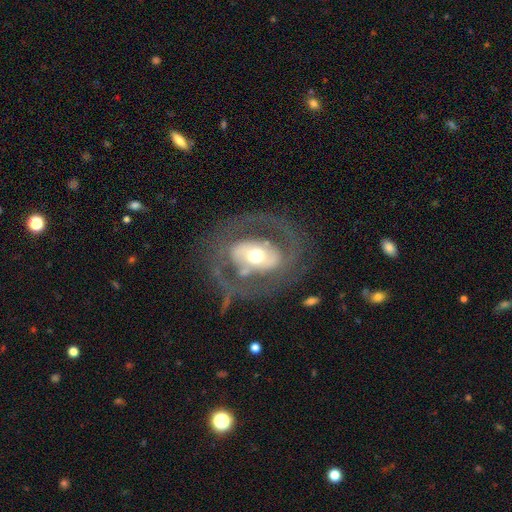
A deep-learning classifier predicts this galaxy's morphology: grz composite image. It shows a featured or disk galaxy (73%) with no bar (49%), spiral arms (54%) and a moderate central bulge (65%). Merging: none (65%).